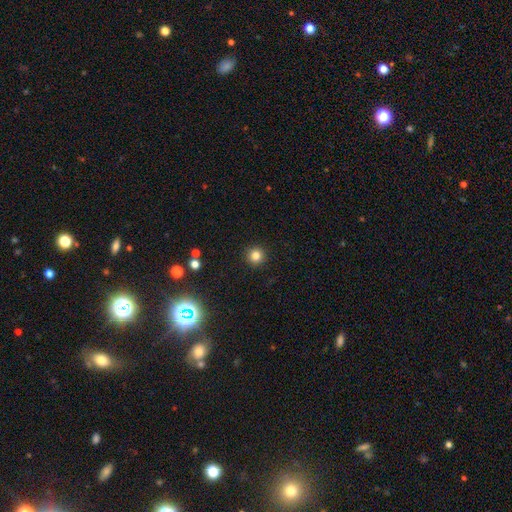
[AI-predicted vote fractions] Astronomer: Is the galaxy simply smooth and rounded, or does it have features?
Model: smooth — 82%.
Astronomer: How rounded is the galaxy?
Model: round — 96%.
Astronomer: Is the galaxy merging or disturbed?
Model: none — 93%.